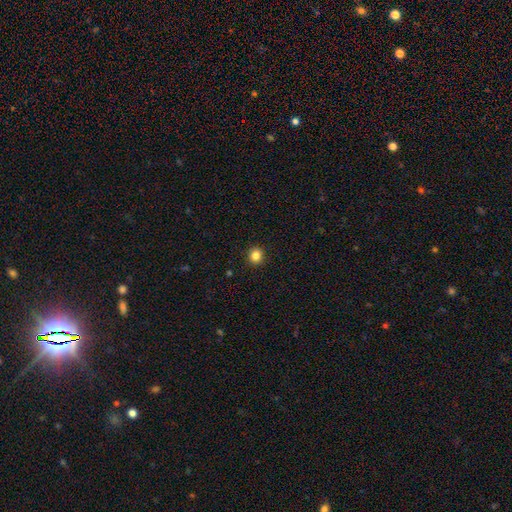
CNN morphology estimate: smooth-or-featured: smooth: 84% | star or artifact: 11% | featured or disk: 4%
  how-rounded: round: 90% | in between: 9% | cigar-shaped: 1%
  merging: none: 93% | minor disturbance: 5% | major disturbance: 2% | merger: 1%